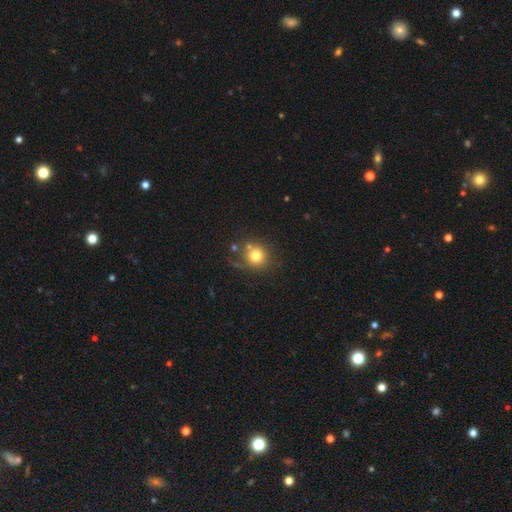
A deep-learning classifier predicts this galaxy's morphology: Smooth or featured: smooth — 76% (star or artifact — 12%)
How rounded: round — 88% (in between — 11%)
Merging: none — 64% (minor disturbance — 15%)